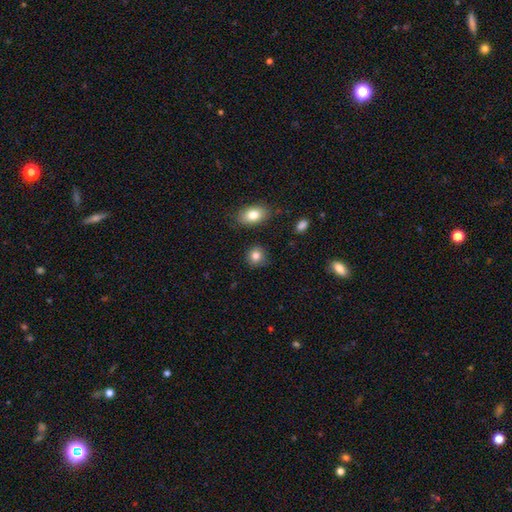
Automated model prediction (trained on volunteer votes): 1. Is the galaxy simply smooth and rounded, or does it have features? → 82% smooth, 10% star or artifact, 8% featured or disk.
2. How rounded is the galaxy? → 80% round, 19% in between, 1% cigar-shaped.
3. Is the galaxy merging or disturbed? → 84% none, 10% minor disturbance, 3% major disturbance, 2% merger.